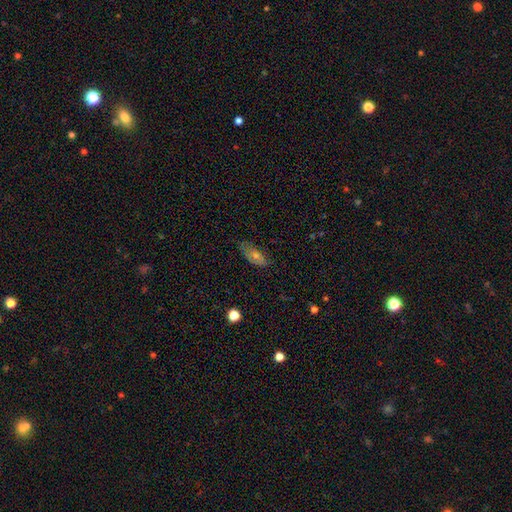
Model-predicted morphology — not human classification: Overall: smooth (51%; featured or disk 36%). How rounded: in between (78%). Merging: none (71%).